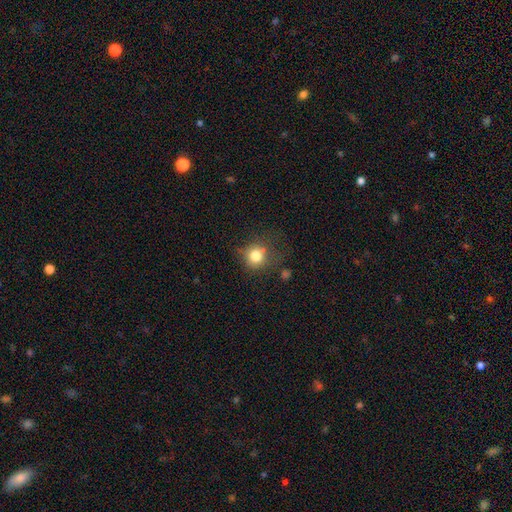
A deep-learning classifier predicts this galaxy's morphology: Q: Smooth or featured?
A: smooth (78%); runner-up: star or artifact (13%)
Q: How rounded?
A: round (87%); runner-up: in between (12%)
Q: Merging?
A: none (65%); runner-up: minor disturbance (20%)